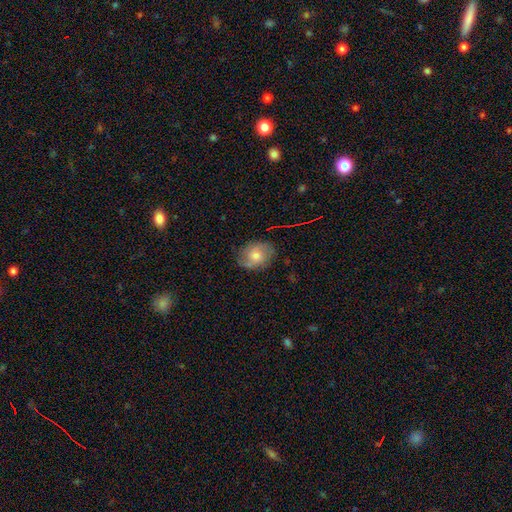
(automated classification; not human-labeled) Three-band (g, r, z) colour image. It shows a featured or disk galaxy (45%, tied with smooth). Merging: none (75%).